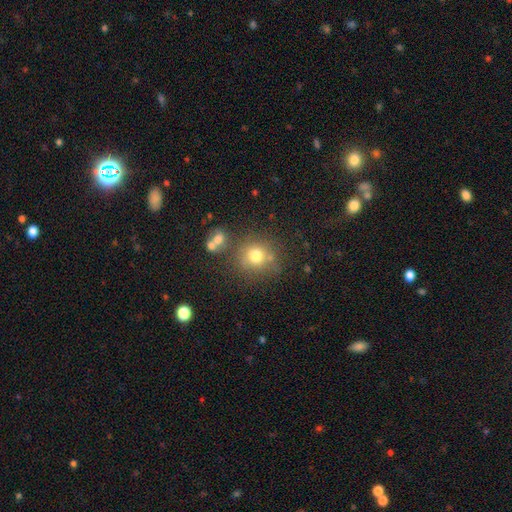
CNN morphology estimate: Overall: smooth (74%). How rounded: round (87%). Merging: none (67%).